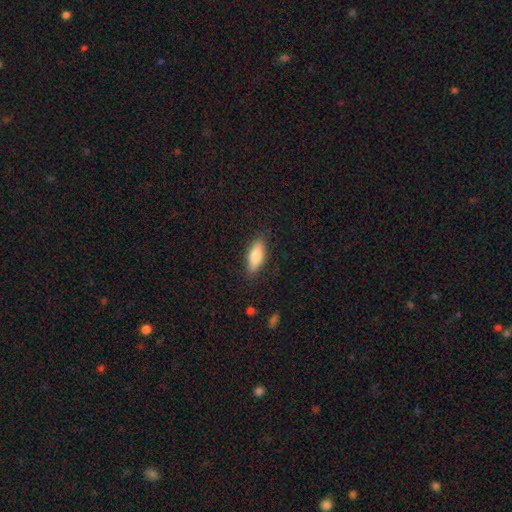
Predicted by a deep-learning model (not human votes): Smooth or featured?
  - smooth: 78% *
  - featured or disk: 16%
  - star or artifact: 6%
How rounded?
  - in between: 71% *
  - cigar-shaped: 27%
  - round: 2%
Merging?
  - none: 84% *
  - minor disturbance: 12%
  - major disturbance: 3%
  - merger: 1%